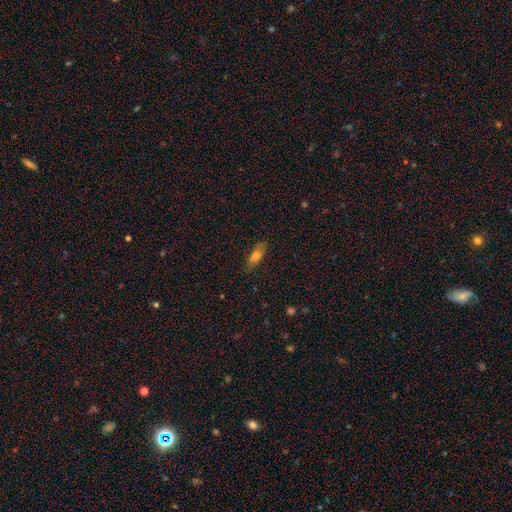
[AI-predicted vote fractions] Smooth or featured?
  - smooth: 70% *
  - featured or disk: 19%
  - star or artifact: 11%
How rounded?
  - in between: 59% *
  - cigar-shaped: 37%
  - round: 3%
Merging?
  - none: 83% *
  - minor disturbance: 13%
  - major disturbance: 3%
  - merger: 1%